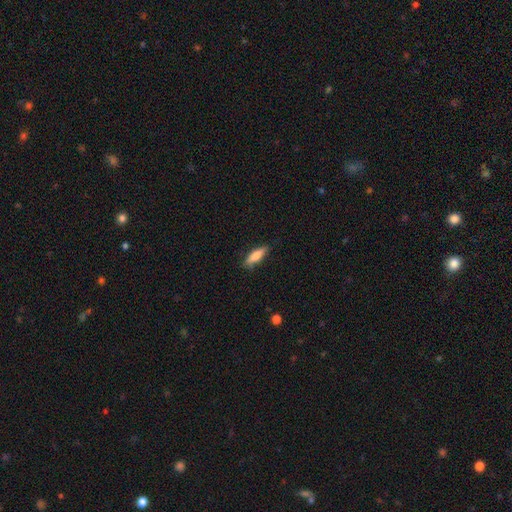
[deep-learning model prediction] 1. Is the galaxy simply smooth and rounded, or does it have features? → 78% smooth, 15% featured or disk, 6% star or artifact.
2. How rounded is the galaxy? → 58% cigar-shaped, 40% in between, 2% round.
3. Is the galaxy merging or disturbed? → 82% none, 14% minor disturbance, 3% major disturbance, 1% merger.